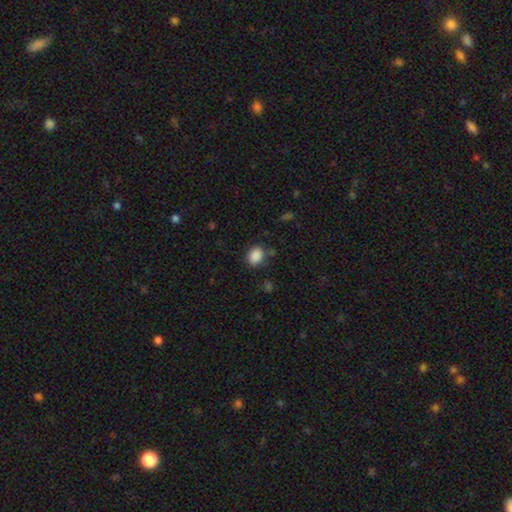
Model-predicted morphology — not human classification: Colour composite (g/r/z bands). It shows a smooth galaxy with no disk features (87%) that is in between round and cigar-shaped (56%). Merging: none (77%).